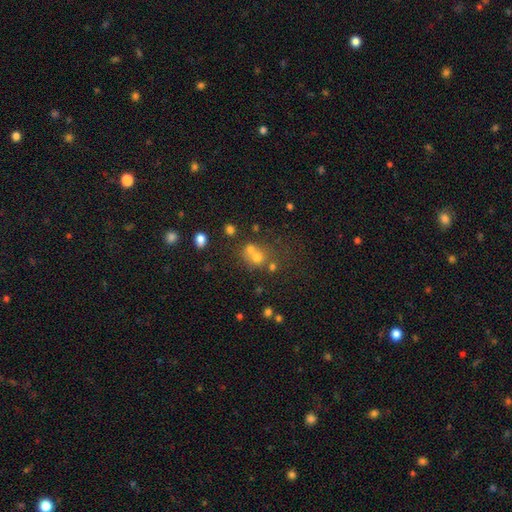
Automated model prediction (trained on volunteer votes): smooth 54%, star or artifact 26%, featured or disk 20%. Down the decision tree: how rounded — round (76%); merging — merger (49%).